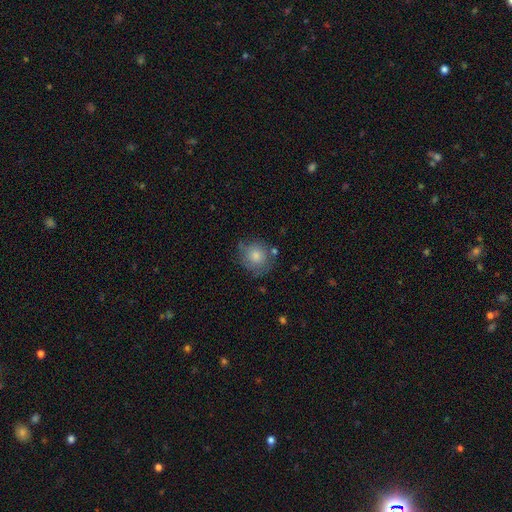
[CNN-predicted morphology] smooth_or_featured: smooth (p=0.76) [alt: featured or disk p=0.16]
how_rounded: round (p=0.87) [alt: in between p=0.12]
merging: none (p=0.64) [alt: minor disturbance p=0.23]